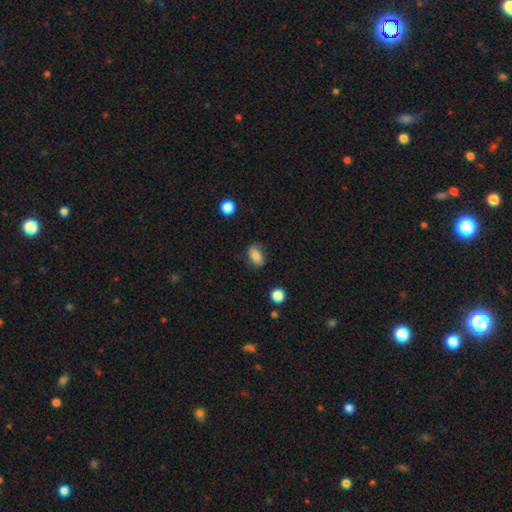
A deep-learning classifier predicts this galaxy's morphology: This is clearly a smooth galaxy (81%). How rounded: clearly in between (85%). Merging: clearly none (82%).